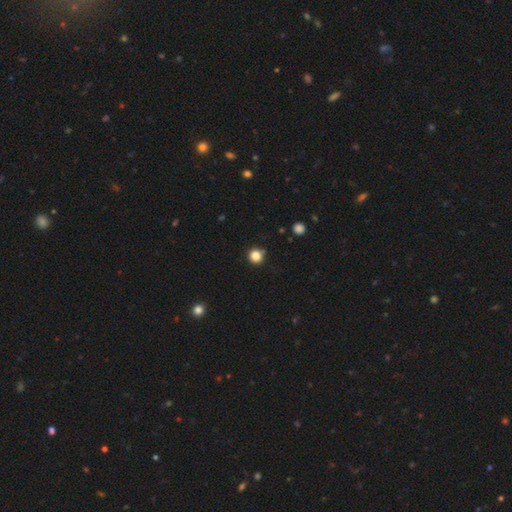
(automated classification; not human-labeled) Q: Smooth or featured?
A: smooth (84%); runner-up: star or artifact (13%)
Q: How rounded?
A: round (93%); runner-up: in between (6%)
Q: Merging?
A: none (88%); runner-up: minor disturbance (8%)